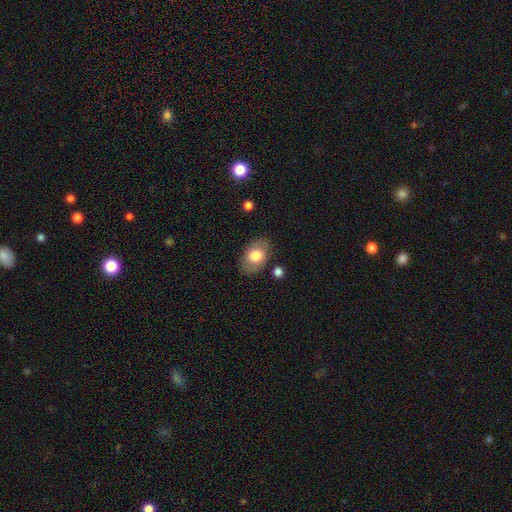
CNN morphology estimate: Smooth or featured? Predicted: smooth (p=0.75). How rounded? Predicted: in between (p=0.83). Merging? Predicted: none (p=0.81).